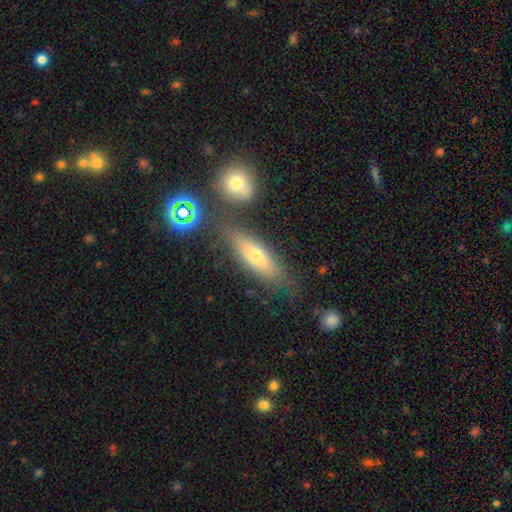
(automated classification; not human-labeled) Smooth or featured?
  - smooth: 59% *
  - featured or disk: 30%
  - star or artifact: 11%
How rounded?
  - cigar-shaped: 52% *
  - in between: 44%
  - round: 4%
Merging?
  - none: 70% *
  - minor disturbance: 15%
  - merger: 9%
  - major disturbance: 5%